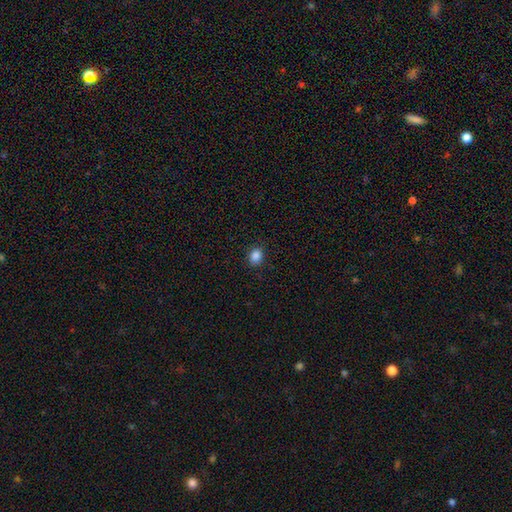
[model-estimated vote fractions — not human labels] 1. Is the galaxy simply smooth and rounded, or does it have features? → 86% smooth, 11% star or artifact, 3% featured or disk.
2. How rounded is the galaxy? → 58% round, 41% in between, 1% cigar-shaped.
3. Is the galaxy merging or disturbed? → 89% none, 7% minor disturbance, 2% major disturbance, 1% merger.